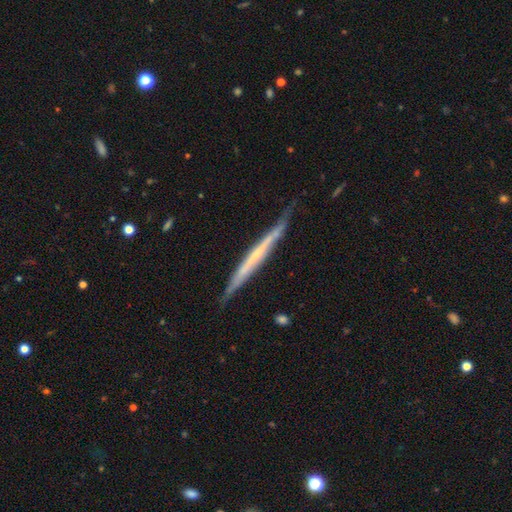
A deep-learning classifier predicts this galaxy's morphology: A featured or disk galaxy (68%) viewed edge-on (95%) with no central bulge (72%).

Vote fractions:
- Smooth or featured? featured or disk: 68% / smooth: 27% / star or artifact: 6%
- Edge-on disk? yes: 95% / no: 5%
- Edge-on bulge? none: 72% / rounded: 22% / boxy: 6%
- Merging? none: 75% / minor disturbance: 20% / major disturbance: 3% / merger: 2%